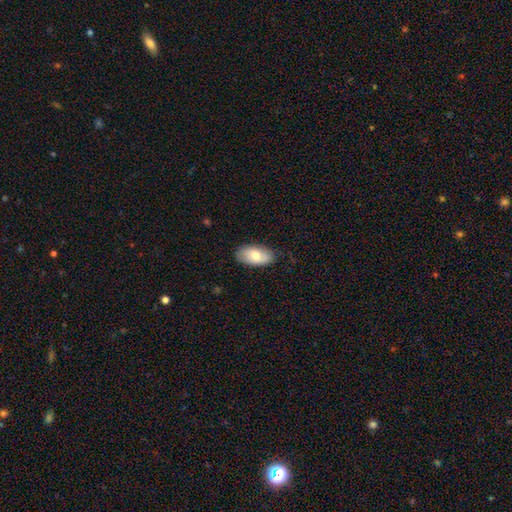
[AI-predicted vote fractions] Morphology: type=smooth (73%); roundness=in between (94%); merging=none (80%).